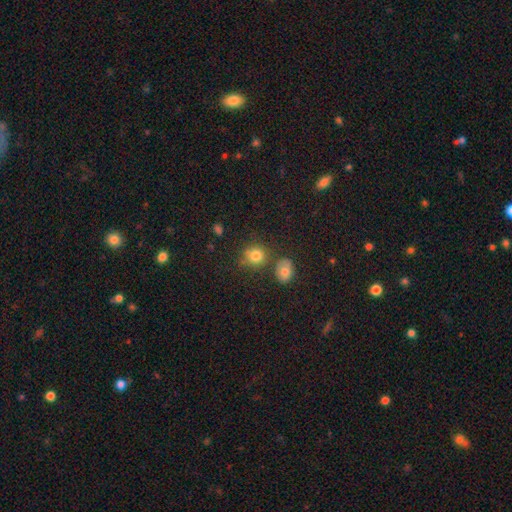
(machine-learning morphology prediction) Overall: smooth (81%). How rounded: round (81%). Merging: none (67%).